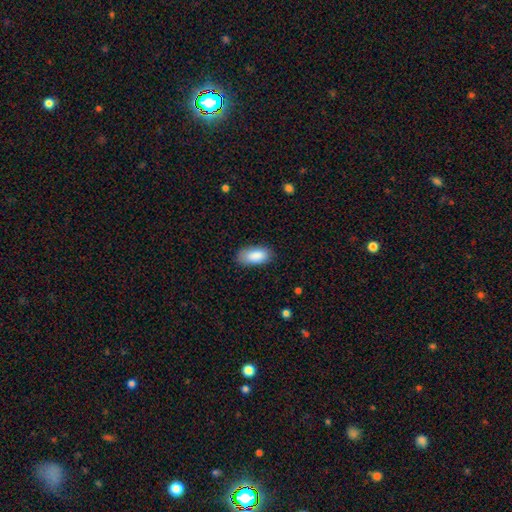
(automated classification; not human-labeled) smooth_or_featured: smooth (p=0.89) [alt: star or artifact p=0.06]
how_rounded: in between (p=0.93) [alt: cigar-shaped p=0.05]
merging: none (p=0.81) [alt: minor disturbance p=0.15]